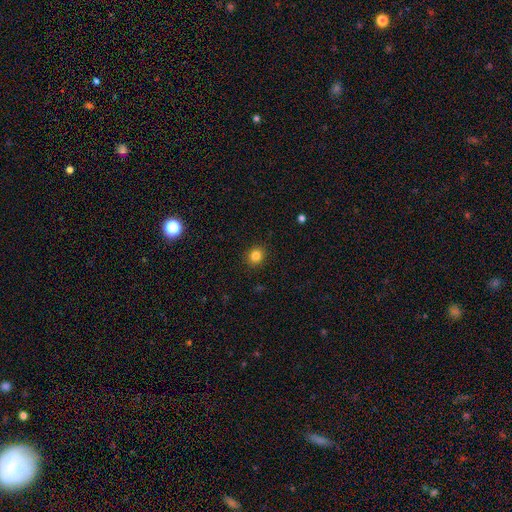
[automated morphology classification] A smooth galaxy with no disk features (83%) that is round (83%). Merging: none (91%).